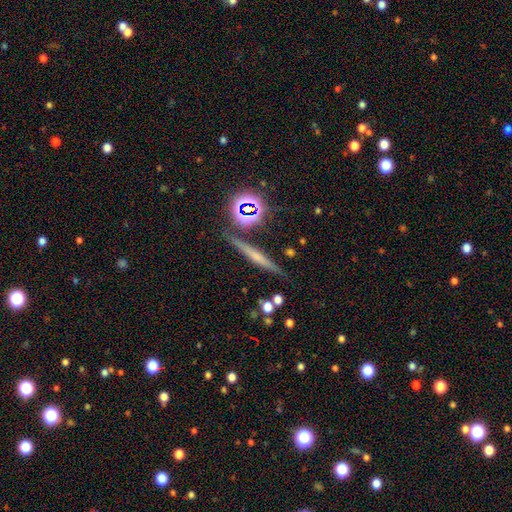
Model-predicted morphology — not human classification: Smooth or featured? featured or disk (44%)
Merging? none (84%)